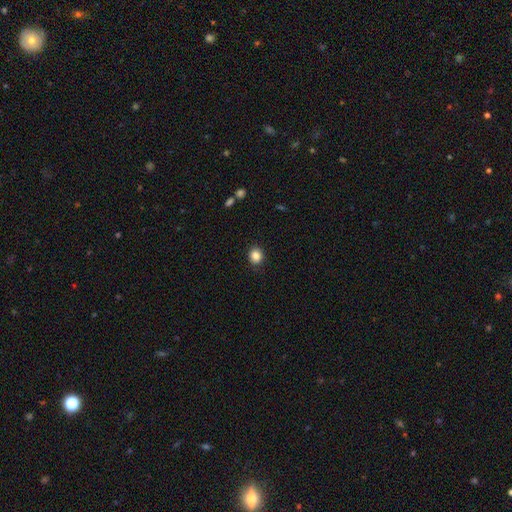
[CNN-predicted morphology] A smooth galaxy with no disk features (86%) that is round (72%). Merging: none (90%).